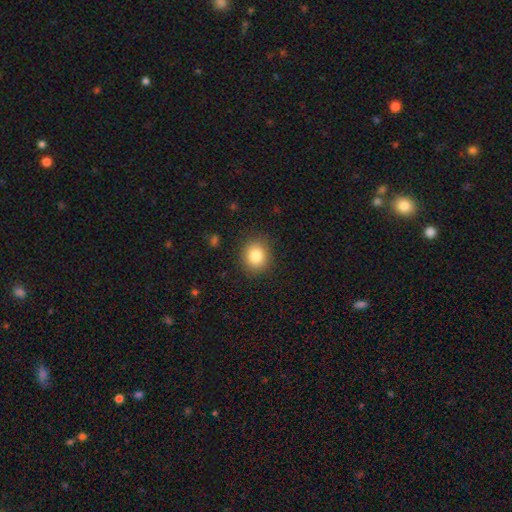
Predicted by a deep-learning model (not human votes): A smooth galaxy with no disk features (84%) that is round (74%). Merging: none (88%).